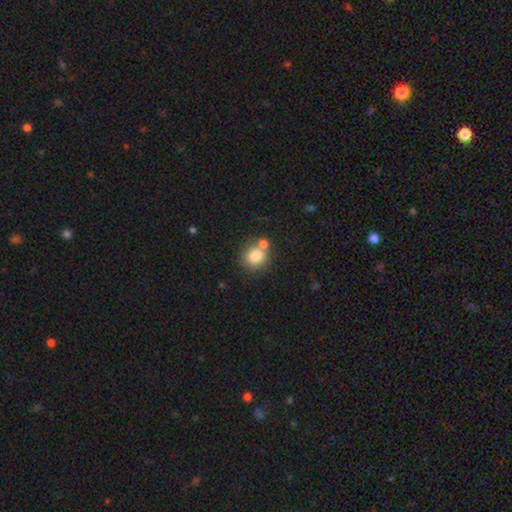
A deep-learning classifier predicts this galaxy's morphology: Q: Smooth or featured?
A: smooth (81%); runner-up: star or artifact (10%)
Q: How rounded?
A: round (82%); runner-up: in between (17%)
Q: Merging?
A: none (59%); runner-up: merger (28%)